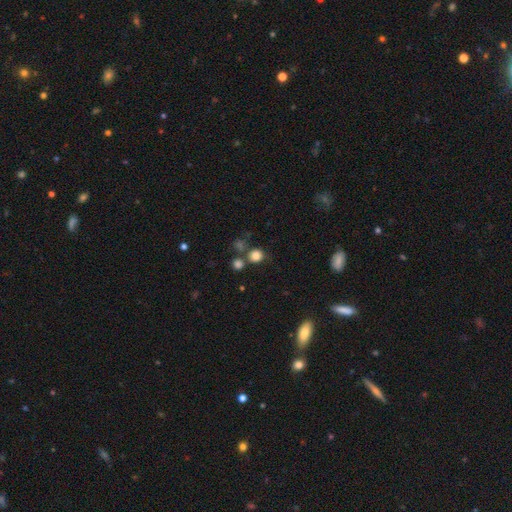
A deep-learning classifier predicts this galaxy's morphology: smooth-or-featured: smooth: 81% | star or artifact: 13% | featured or disk: 6%
  how-rounded: round: 86% | in between: 13% | cigar-shaped: 1%
  merging: none: 64% | merger: 20% | minor disturbance: 11% | major disturbance: 5%